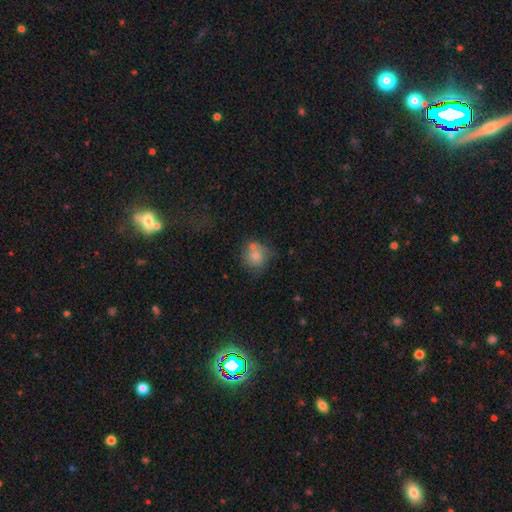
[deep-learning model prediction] smooth_or_featured: smooth (p=0.60) [alt: featured or disk p=0.25]
how_rounded: round (p=0.82) [alt: in between p=0.17]
merging: none (p=0.48) [alt: merger p=0.22]